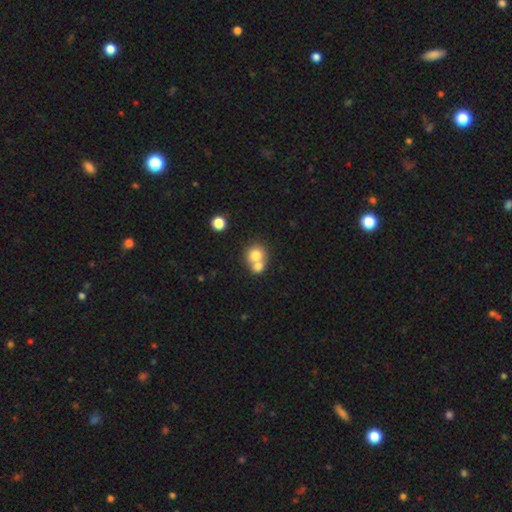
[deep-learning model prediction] Smooth or featured? smooth (75%)
How rounded? round (79%)
Merging? merger (60%)